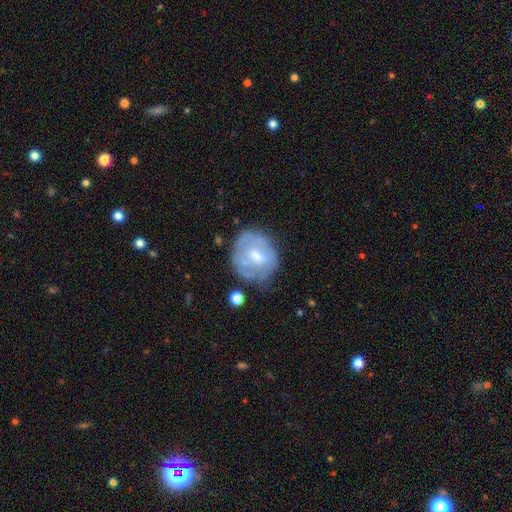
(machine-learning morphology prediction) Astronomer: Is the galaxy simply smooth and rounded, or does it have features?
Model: featured or disk — 48% (runner-up: smooth, 45%).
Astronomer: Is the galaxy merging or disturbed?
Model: none — 56%.